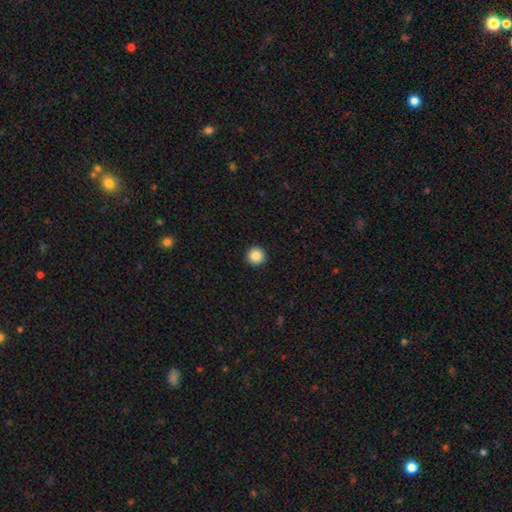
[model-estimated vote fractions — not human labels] smooth_or_featured: smooth (p=0.88) [alt: star or artifact p=0.09]
how_rounded: round (p=0.96) [alt: in between p=0.03]
merging: none (p=0.94) [alt: minor disturbance p=0.04]